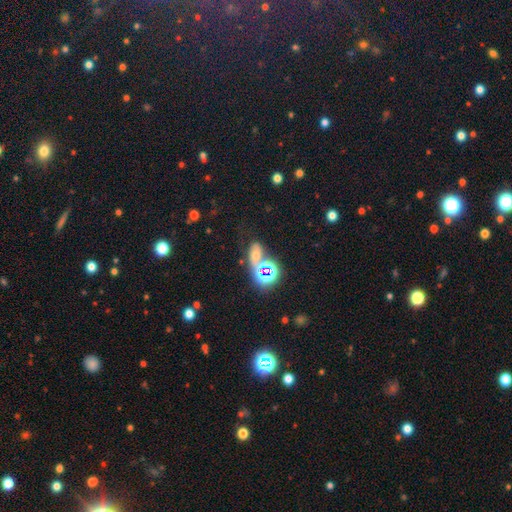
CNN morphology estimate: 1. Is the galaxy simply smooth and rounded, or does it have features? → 38% star or artifact, 37% smooth, 25% featured or disk.